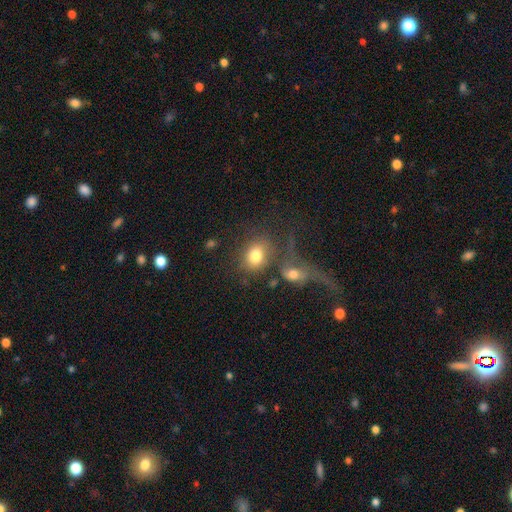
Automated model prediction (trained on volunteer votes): smooth 76%, featured or disk 13%, star or artifact 11%. Down the decision tree: how rounded — in between (54%); merging — none (46%).